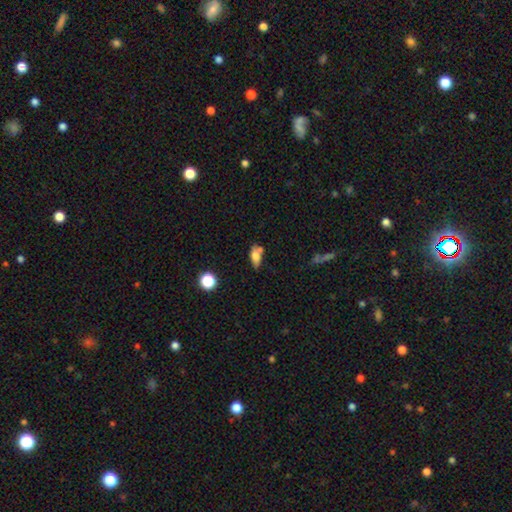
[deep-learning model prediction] A smooth galaxy with no disk features (68%) that is in between round and cigar-shaped (79%). Merging: none (52%).